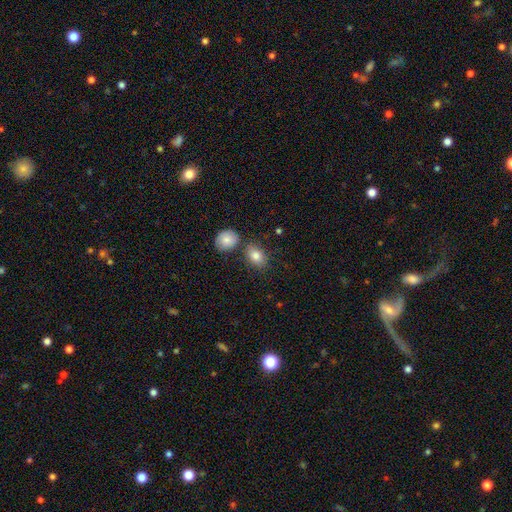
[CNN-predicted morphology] type=smooth (82%); roundness=in between (78%); merging=none (67%).